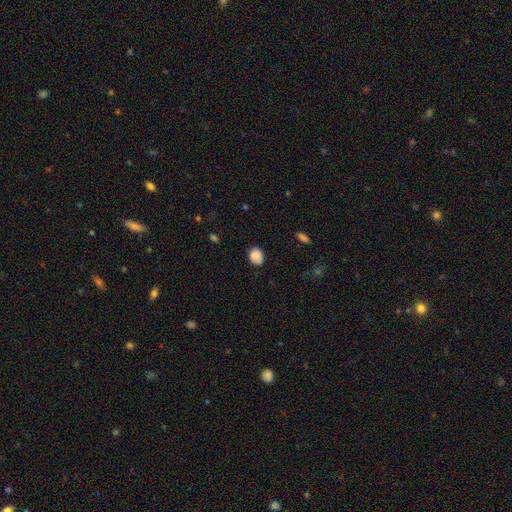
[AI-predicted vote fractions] smooth_or_featured: smooth (p=0.85) [alt: star or artifact p=0.09]
how_rounded: round (p=0.52) [alt: in between p=0.47]
merging: none (p=0.72) [alt: minor disturbance p=0.22]